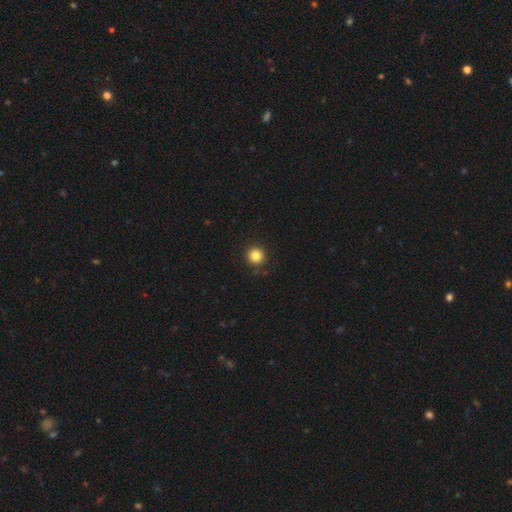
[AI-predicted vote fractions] smooth 84%, star or artifact 11%, featured or disk 5%. Down the decision tree: how rounded — round (95%); merging — none (91%).